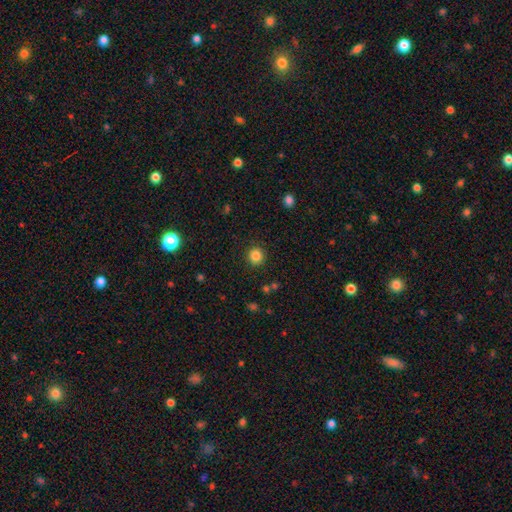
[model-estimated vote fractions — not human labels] A smooth galaxy with no disk features (84%) that is round (93%). Merging: none (91%).